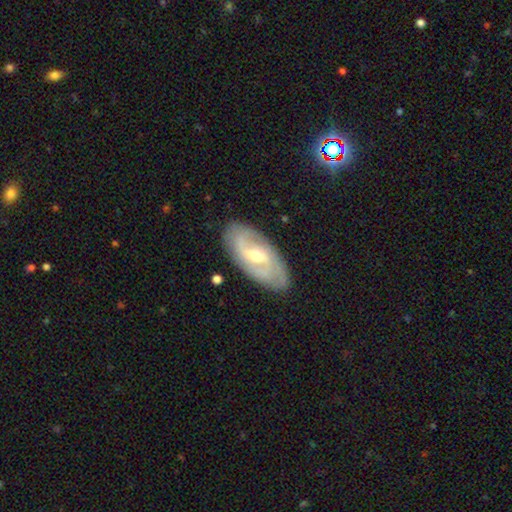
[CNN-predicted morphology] type=featured or disk (79%); edge-on=no (93%); bar=weak (53%); spiral arms=yes (91%); winding=medium (44%); arm count=2 (65%); bulge=moderate (60%); merging=none (83%).